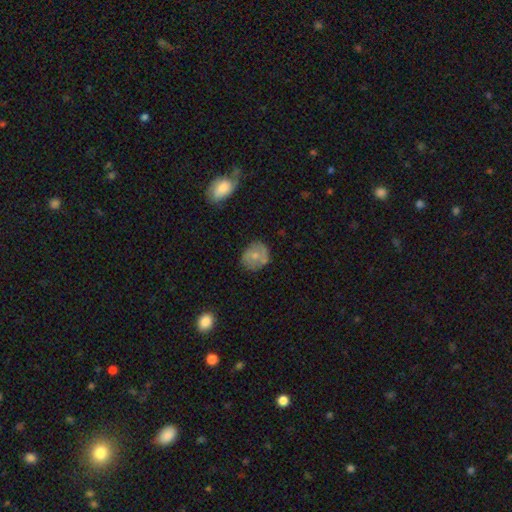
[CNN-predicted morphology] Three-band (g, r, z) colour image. It shows a smooth galaxy with no disk features (60%) that is round (72%). Merging: none (70%).